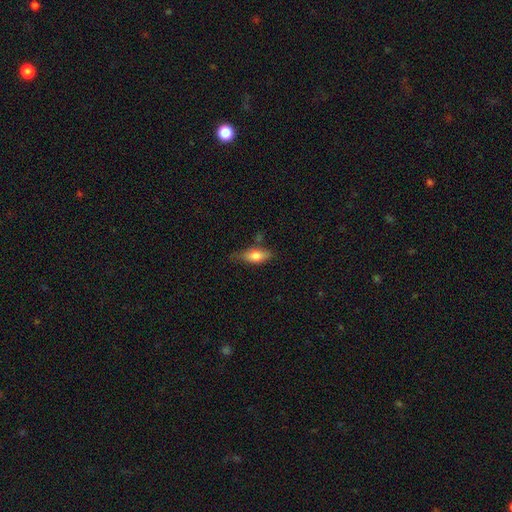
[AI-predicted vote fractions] The model was most divided on "merging": none: 58%, minor disturbance: 29%, major disturbance: 7%, merger: 5%. More confident: how rounded — in between (77%); smooth or featured — smooth (75%).